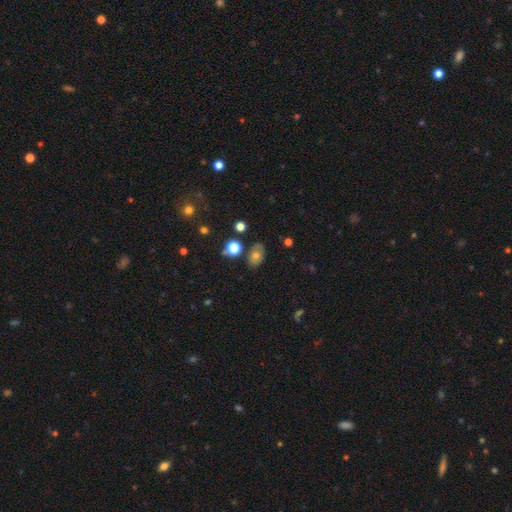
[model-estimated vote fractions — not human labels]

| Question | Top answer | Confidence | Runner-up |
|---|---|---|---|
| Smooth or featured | smooth | 64% | featured or disk (21%) |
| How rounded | in between | 79% | round (20%) |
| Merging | none | 73% | minor disturbance (18%) |